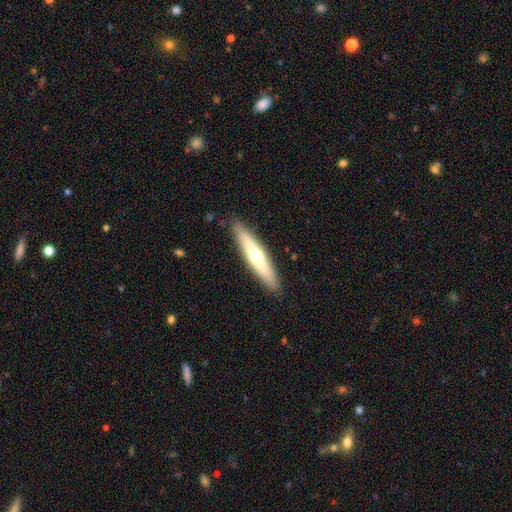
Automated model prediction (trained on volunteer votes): Smooth or featured? Predicted: smooth (p=0.49). Merging? Predicted: none (p=0.90).